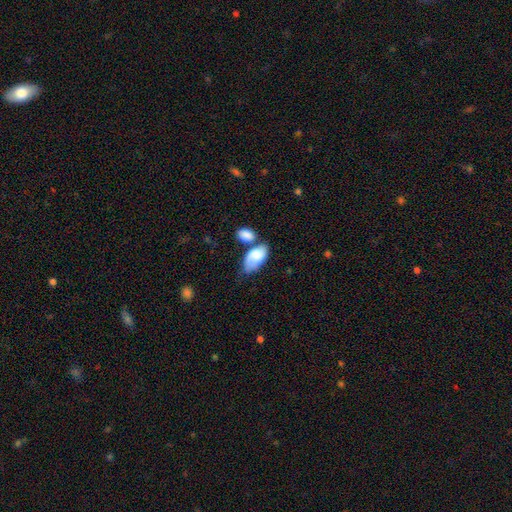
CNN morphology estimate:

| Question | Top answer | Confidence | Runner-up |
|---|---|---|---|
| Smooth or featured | smooth | 80% | featured or disk (14%) |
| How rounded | in between | 95% | round (3%) |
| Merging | merger | 37% | none (32%) |